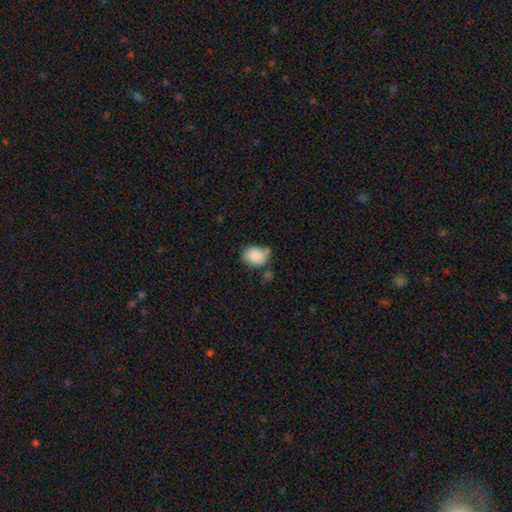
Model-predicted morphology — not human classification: Q: Smooth or featured?
A: smooth (87%); runner-up: star or artifact (8%)
Q: How rounded?
A: in between (59%); runner-up: round (40%)
Q: Merging?
A: none (53%); runner-up: minor disturbance (25%)